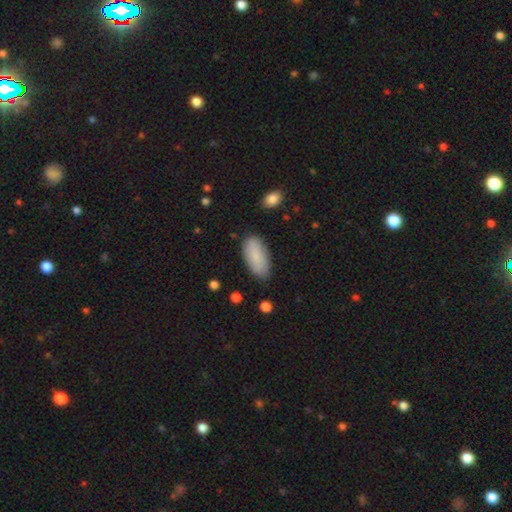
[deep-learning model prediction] Smooth or featured?
  - smooth: 87% *
  - featured or disk: 7%
  - star or artifact: 6%
How rounded?
  - in between: 88% *
  - cigar-shaped: 10%
  - round: 2%
Merging?
  - none: 84% *
  - minor disturbance: 12%
  - major disturbance: 3%
  - merger: 2%